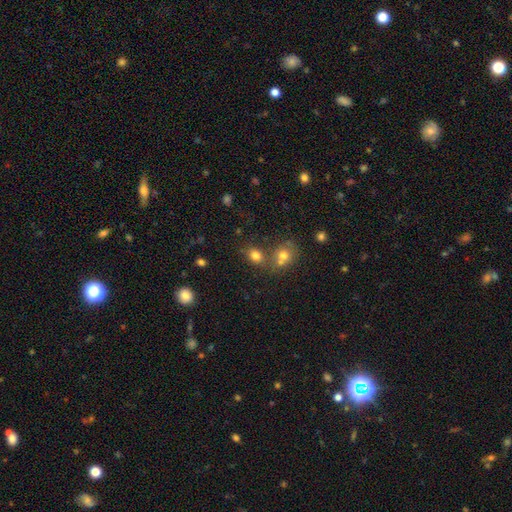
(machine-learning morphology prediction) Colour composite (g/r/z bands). It shows a smooth galaxy with no disk features (77%) that is round (51%). Merging: none (62%).